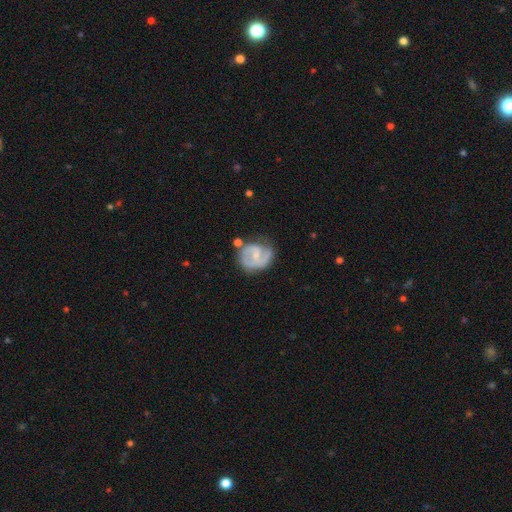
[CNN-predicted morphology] Smooth or featured? Predicted: featured or disk (p=0.76). Edge-on disk? Predicted: no (p=0.98). Bar? Predicted: no (p=0.46). Spiral arms? Predicted: yes (p=0.90). Spiral winding? Predicted: medium (p=0.45). Spiral arm count? Predicted: 2 (p=0.67). Bulge size? Predicted: small (p=0.65). Merging? Predicted: none (p=0.57).